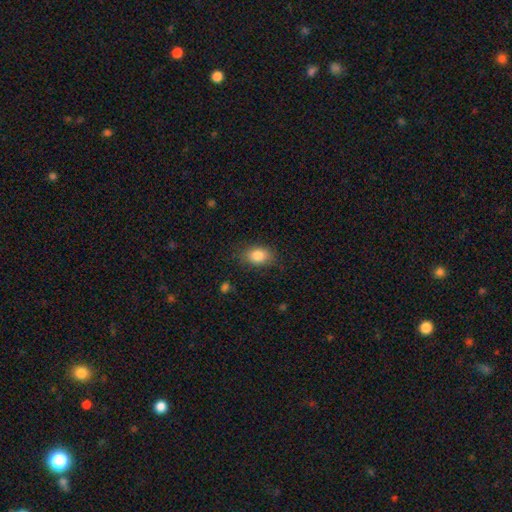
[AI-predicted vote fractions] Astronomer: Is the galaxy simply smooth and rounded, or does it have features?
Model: smooth — 84%.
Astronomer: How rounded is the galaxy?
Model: in between — 80%.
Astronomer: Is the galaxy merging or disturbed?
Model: none — 83%.